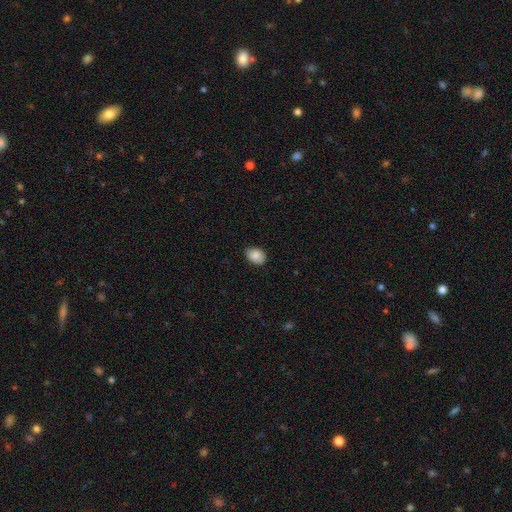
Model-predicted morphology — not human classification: smooth-or-featured: smooth: 87% | star or artifact: 7% | featured or disk: 6%
  how-rounded: in between: 78% | round: 21% | cigar-shaped: 1%
  merging: none: 83% | minor disturbance: 14% | major disturbance: 2% | merger: 1%